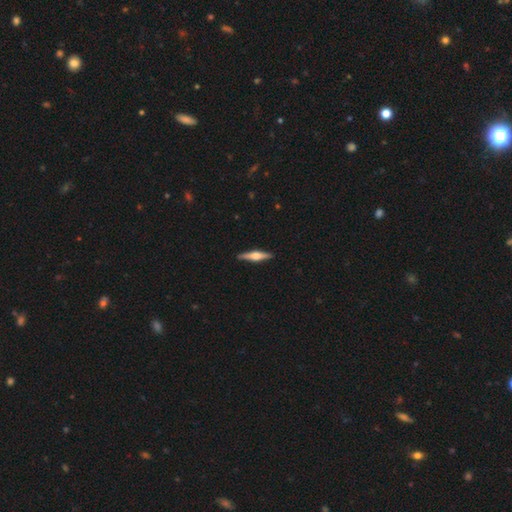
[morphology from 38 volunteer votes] Overall: featured or disk (74%). Edge-on disk: yes (100%). Edge-on bulge: rounded (96%). Merging: none (95%).